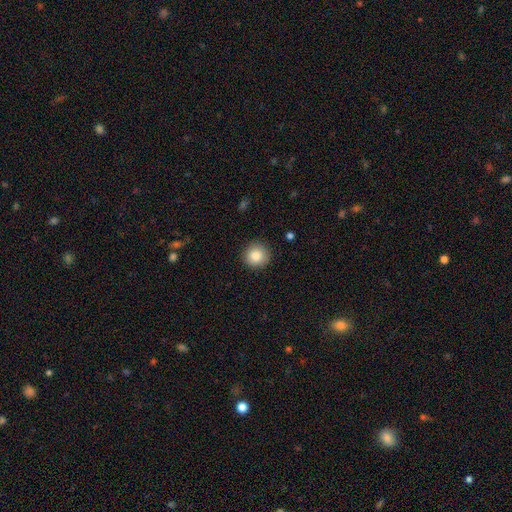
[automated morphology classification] Smooth or featured?
  - smooth: 85% *
  - star or artifact: 9%
  - featured or disk: 6%
How rounded?
  - round: 94% *
  - in between: 5%
  - cigar-shaped: 1%
Merging?
  - none: 90% *
  - minor disturbance: 7%
  - major disturbance: 2%
  - merger: 1%